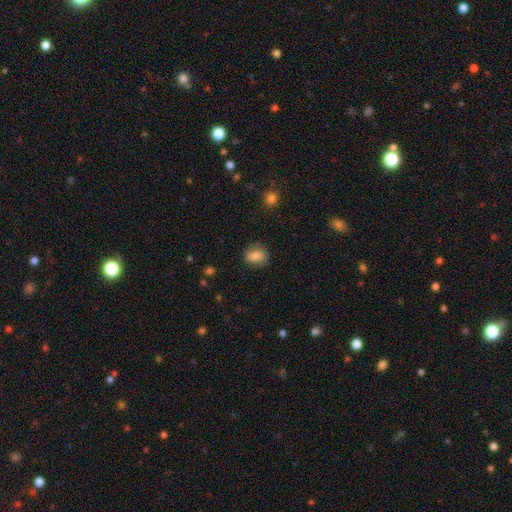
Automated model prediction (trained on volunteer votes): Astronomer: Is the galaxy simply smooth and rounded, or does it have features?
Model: smooth — 73%.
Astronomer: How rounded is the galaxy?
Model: in between — 57% (runner-up: round, 42%).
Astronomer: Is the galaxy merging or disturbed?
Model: none — 77%.